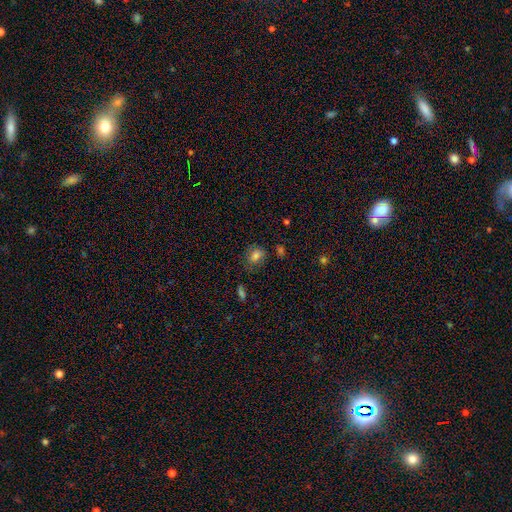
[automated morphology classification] smooth 75%, featured or disk 13%, star or artifact 12%. Down the decision tree: how rounded — in between (52%); merging — none (70%).